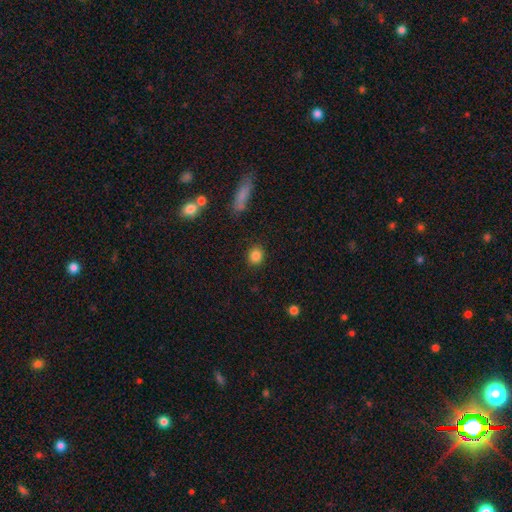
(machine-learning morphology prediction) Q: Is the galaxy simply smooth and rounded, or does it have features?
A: smooth — 85%.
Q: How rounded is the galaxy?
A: round — 75%.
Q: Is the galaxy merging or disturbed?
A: none — 88%.